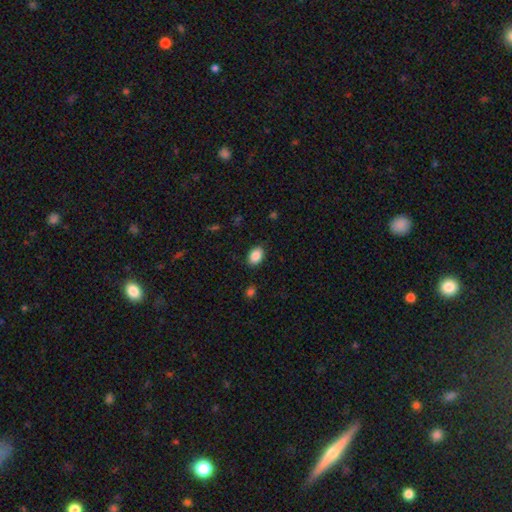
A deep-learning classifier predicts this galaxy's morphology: smooth 87%, star or artifact 8%, featured or disk 5%. Down the decision tree: how rounded — in between (78%); merging — none (86%).